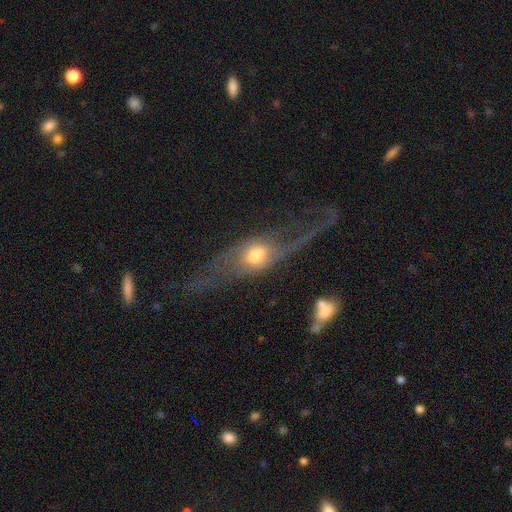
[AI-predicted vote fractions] smooth-or-featured: featured or disk: 65% | smooth: 27% | star or artifact: 8%
  disk-edge-on: no: 59% | yes: 41%
  merging: none: 41% | major disturbance: 37% | minor disturbance: 17% | merger: 5%